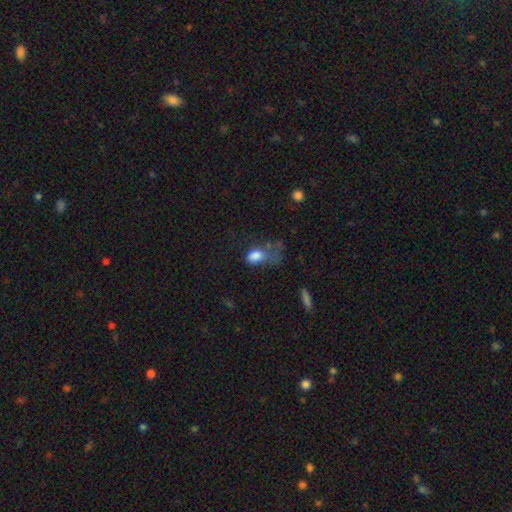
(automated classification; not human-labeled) Q: Smooth or featured?
A: smooth (73%); runner-up: featured or disk (16%)
Q: How rounded?
A: in between (81%); runner-up: round (16%)
Q: Merging?
A: major disturbance (59%); runner-up: minor disturbance (18%)